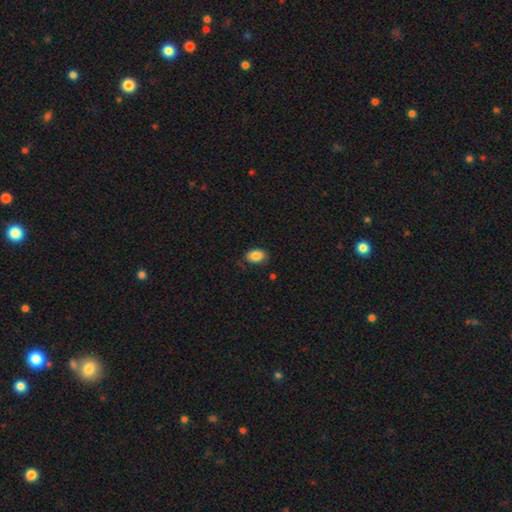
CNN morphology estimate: smooth-or-featured: smooth: 85% | star or artifact: 8% | featured or disk: 7%
  how-rounded: in between: 83% | round: 15% | cigar-shaped: 1%
  merging: none: 77% | minor disturbance: 18% | major disturbance: 3% | merger: 2%